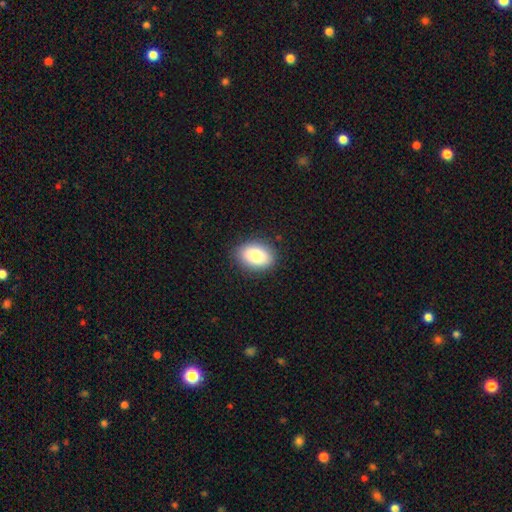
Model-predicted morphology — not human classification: This is clearly a smooth galaxy (83%). How rounded: clearly in between (82%). Merging: clearly none (87%).